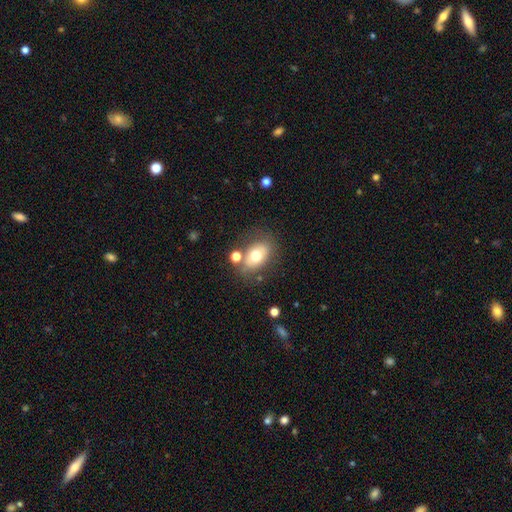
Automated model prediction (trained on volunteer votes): Smooth or featured? smooth (67%)
How rounded? in between (77%)
Merging? none (66%)